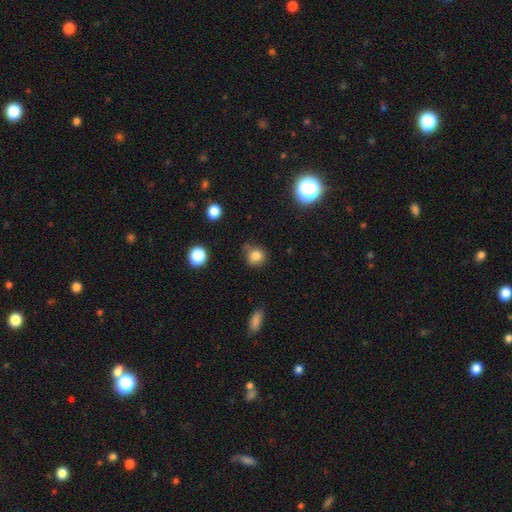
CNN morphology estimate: A smooth galaxy with no disk features (81%) that is round (77%). Merging: none (61%).